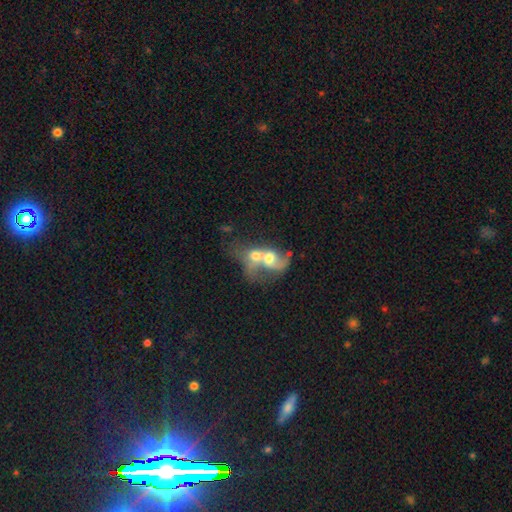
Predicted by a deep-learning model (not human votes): A featured or disk galaxy (50%). Merging: merger (82%).